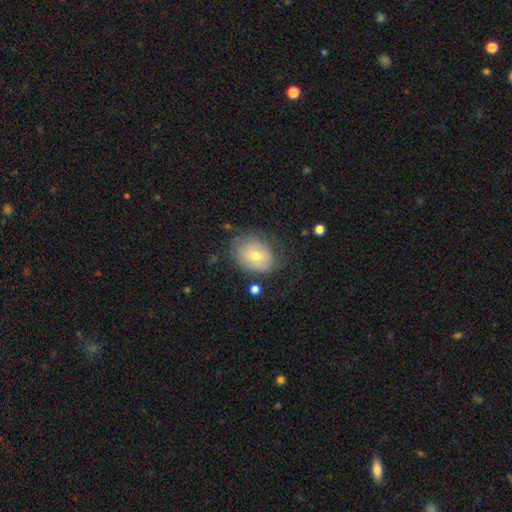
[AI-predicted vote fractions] smooth_or_featured: smooth (p=0.57) [alt: featured or disk p=0.34]
how_rounded: in between (p=0.57) [alt: round p=0.42]
merging: none (p=0.61) [alt: minor disturbance p=0.25]